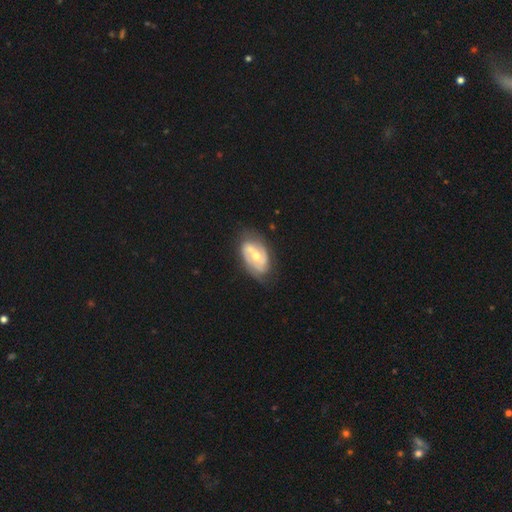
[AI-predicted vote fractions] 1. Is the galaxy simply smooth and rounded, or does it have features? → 78% featured or disk, 17% smooth, 5% star or artifact.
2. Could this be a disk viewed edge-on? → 96% no, 4% yes.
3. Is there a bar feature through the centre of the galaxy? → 44% no, 41% weak, 15% strong.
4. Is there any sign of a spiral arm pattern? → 88% yes, 12% no.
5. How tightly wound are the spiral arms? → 47% tight, 38% medium, 15% loose.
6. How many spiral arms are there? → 68% 2, 17% can't tell, 7% 3, 4% 1, 2% 4, 2% more than 4.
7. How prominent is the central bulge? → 71% moderate, 22% small, 5% large, 1% none, 1% dominant.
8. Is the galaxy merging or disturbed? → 71% none, 21% minor disturbance, 7% major disturbance, 1% merger.